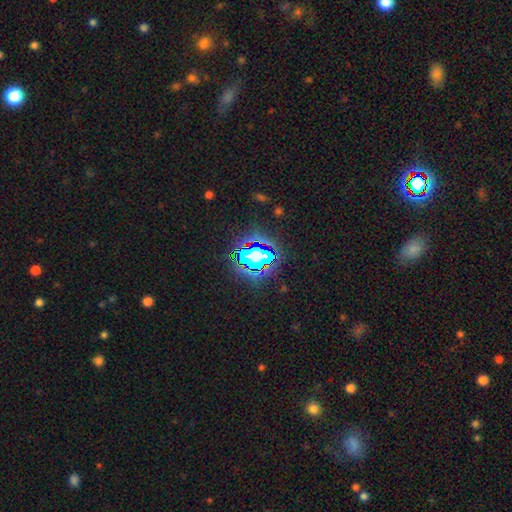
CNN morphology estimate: The model was most divided on "smooth or featured": star or artifact: 66%, smooth: 22%, featured or disk: 13%.